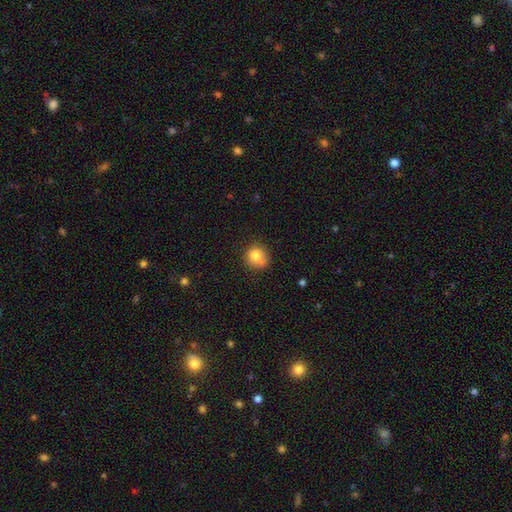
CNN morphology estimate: This is clearly a smooth galaxy (81%). How rounded: clearly round (85%). Merging: likely none (65%).